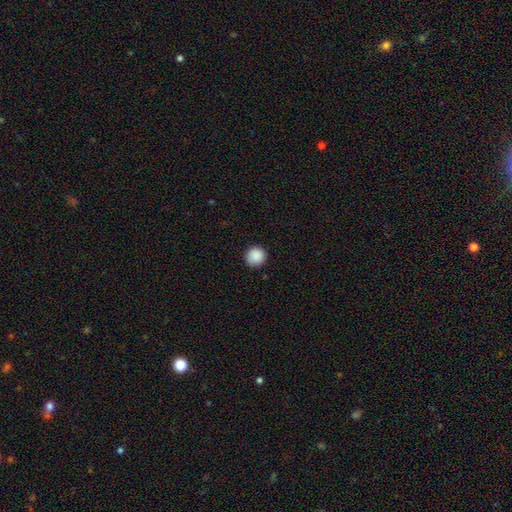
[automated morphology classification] The model was most divided on "smooth or featured": smooth: 89%, star or artifact: 8%, featured or disk: 3%. More confident: how rounded — round (93%); merging — none (90%).